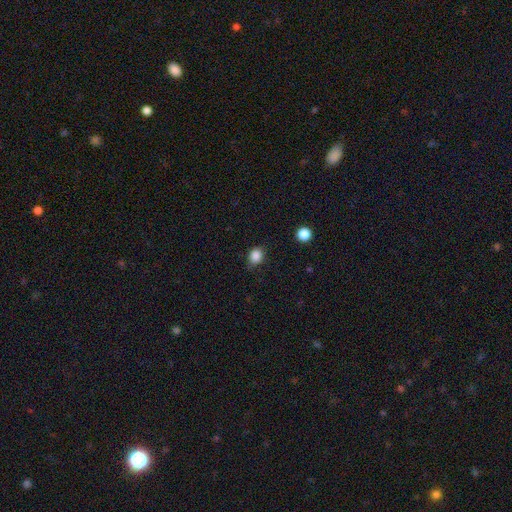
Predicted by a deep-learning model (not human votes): Smooth or featured? Predicted: smooth (p=0.86). How rounded? Predicted: in between (p=0.50). Merging? Predicted: none (p=0.77).